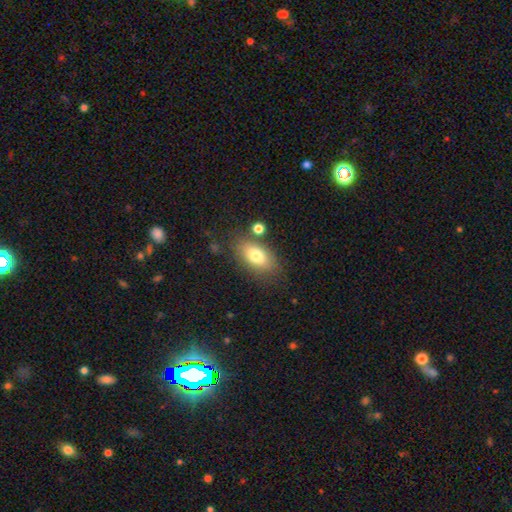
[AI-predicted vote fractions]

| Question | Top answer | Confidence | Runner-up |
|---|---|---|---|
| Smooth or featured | smooth | 77% | featured or disk (15%) |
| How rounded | in between | 88% | round (8%) |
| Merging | none | 75% | minor disturbance (14%) |